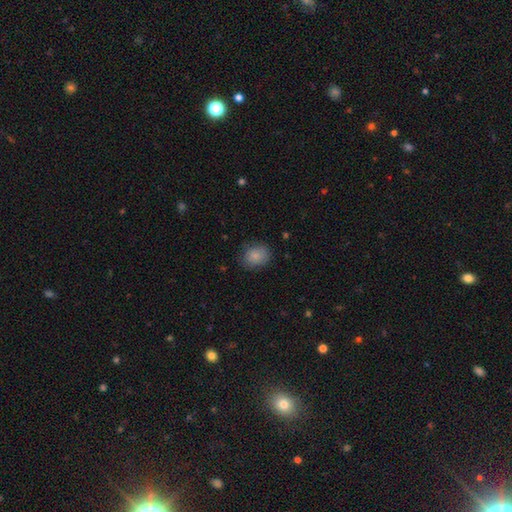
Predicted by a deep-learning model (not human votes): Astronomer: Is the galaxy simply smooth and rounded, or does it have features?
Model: smooth — 84%.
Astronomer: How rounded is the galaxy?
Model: round — 52% (runner-up: in between, 47%).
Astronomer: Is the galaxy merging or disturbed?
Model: none — 80%.